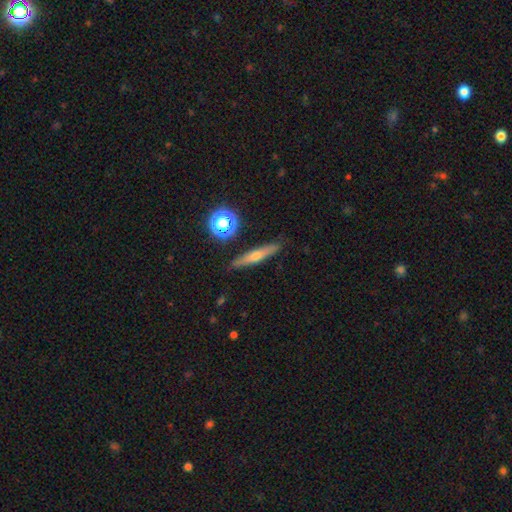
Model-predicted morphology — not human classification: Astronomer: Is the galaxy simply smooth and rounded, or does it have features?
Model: smooth — 45% (runner-up: featured or disk, 44%).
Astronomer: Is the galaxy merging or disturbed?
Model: none — 88%.